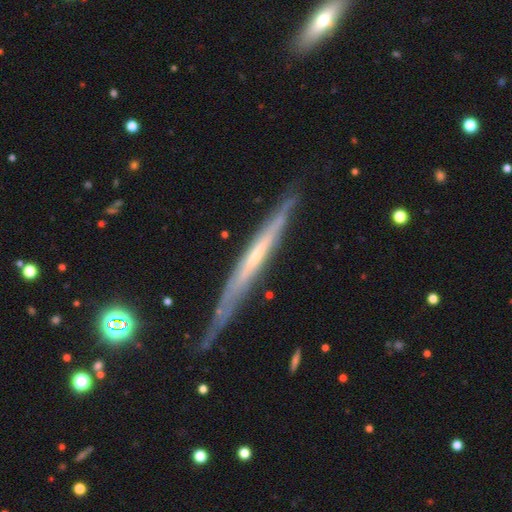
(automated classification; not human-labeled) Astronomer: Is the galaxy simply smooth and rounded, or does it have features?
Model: featured or disk — 74%.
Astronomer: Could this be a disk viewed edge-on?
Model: yes — 93%.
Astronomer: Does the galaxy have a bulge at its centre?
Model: none — 74%.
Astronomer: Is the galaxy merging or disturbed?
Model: none — 76%.